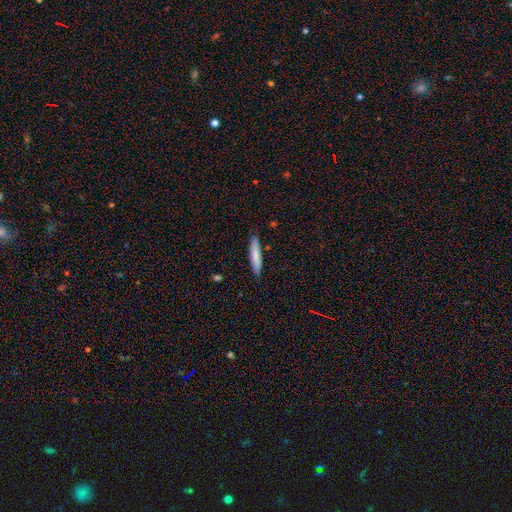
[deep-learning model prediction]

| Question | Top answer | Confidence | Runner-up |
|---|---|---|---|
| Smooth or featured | smooth | 79% | featured or disk (15%) |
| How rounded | cigar-shaped | 89% | in between (10%) |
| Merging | none | 88% | minor disturbance (9%) |